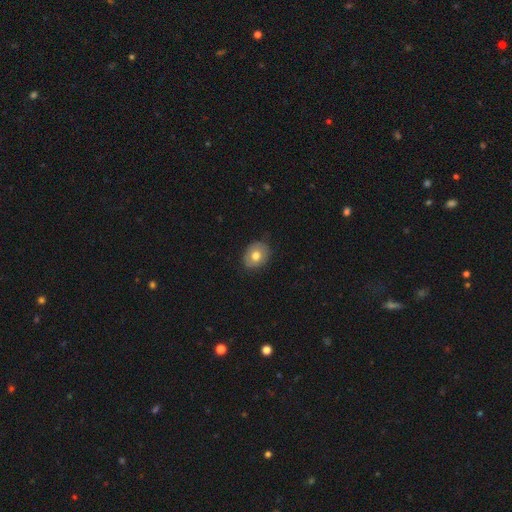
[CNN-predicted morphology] This appears to be a smooth galaxy with no disk features (73%) that is in between round and cigar-shaped (51%). Merging: none (82%).